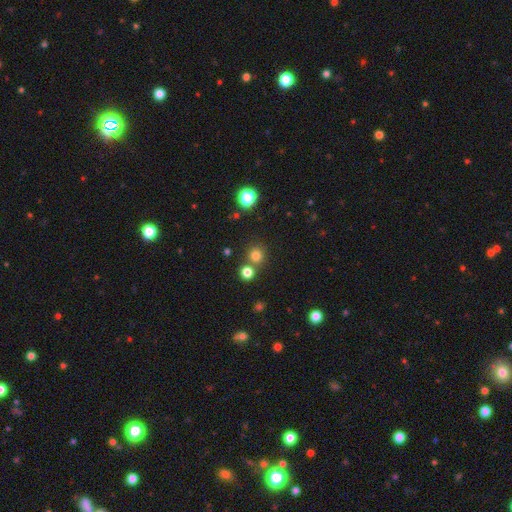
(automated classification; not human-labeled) smooth 77%, star or artifact 17%, featured or disk 6%. Down the decision tree: how rounded — round (91%); merging — none (71%).